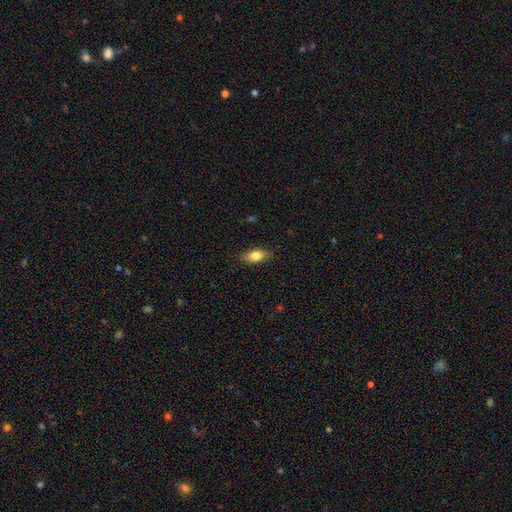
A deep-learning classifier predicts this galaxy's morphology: Smooth or featured: smooth — 80% (featured or disk — 12%)
How rounded: in between — 86% (cigar-shaped — 9%)
Merging: none — 85% (minor disturbance — 12%)